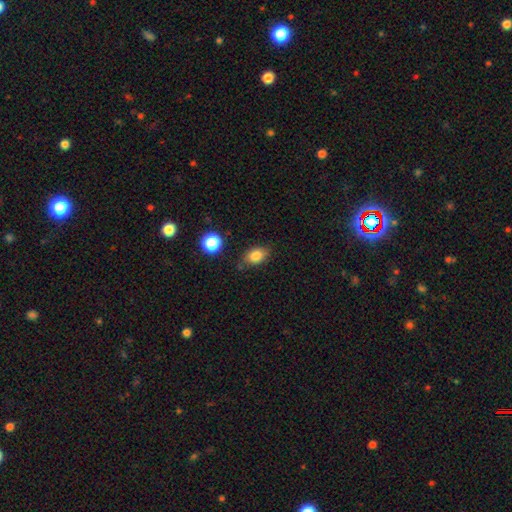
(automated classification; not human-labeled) A smooth galaxy with no disk features (83%) that is in between round and cigar-shaped (77%).

Vote fractions:
- Smooth or featured? smooth: 83% / star or artifact: 10% / featured or disk: 7%
- How rounded? in between: 77% / round: 21% / cigar-shaped: 2%
- Merging? none: 74% / minor disturbance: 18% / major disturbance: 4% / merger: 4%